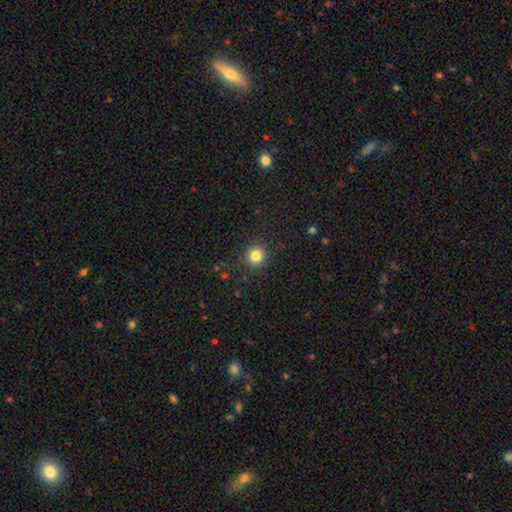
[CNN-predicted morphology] smooth-or-featured: smooth: 82% | star or artifact: 13% | featured or disk: 6%
  how-rounded: round: 93% | in between: 6% | cigar-shaped: 1%
  merging: none: 90% | minor disturbance: 6% | major disturbance: 2% | merger: 1%